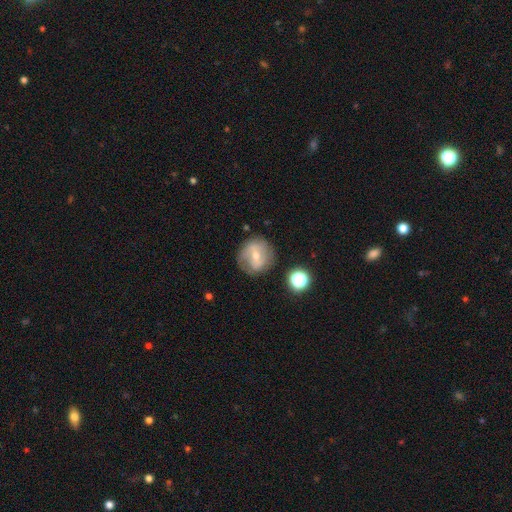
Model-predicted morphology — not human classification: featured or disk 59%, smooth 32%, star or artifact 9%. Down the decision tree: edge-on disk — no (96%); bar — weak (46%); spiral arms — yes (76%); bulge size — moderate (49%); merging — none (73%).